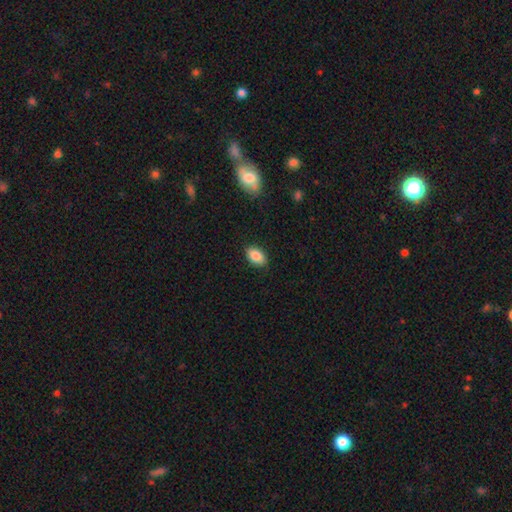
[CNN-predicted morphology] This appears to be a smooth galaxy with no disk features (87%) that is in between round and cigar-shaped (92%). Merging: none (86%).